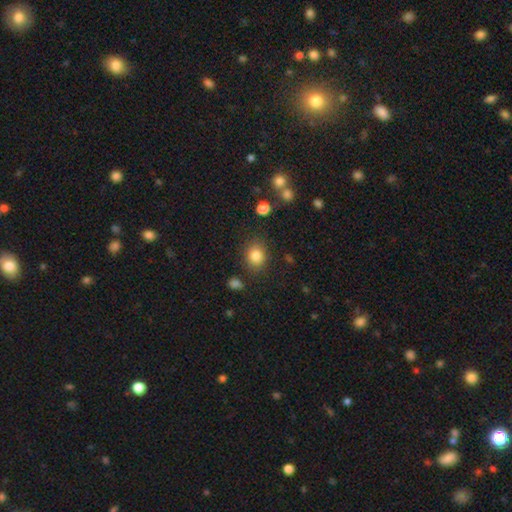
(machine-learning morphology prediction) type=smooth (84%); roundness=round (58%); merging=none (80%).